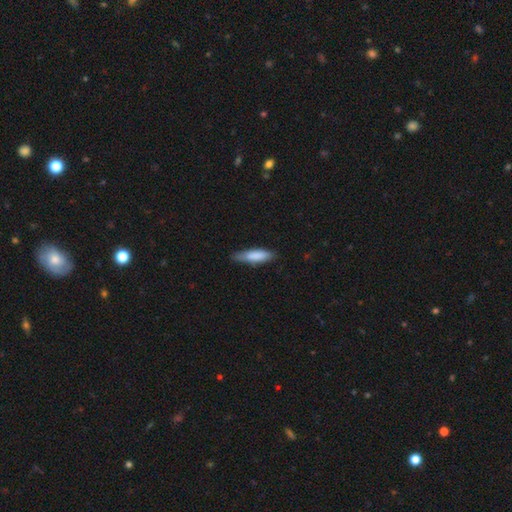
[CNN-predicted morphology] This is clearly a smooth galaxy (82%). How rounded: likely cigar-shaped (65%). Merging: likely none (73%).